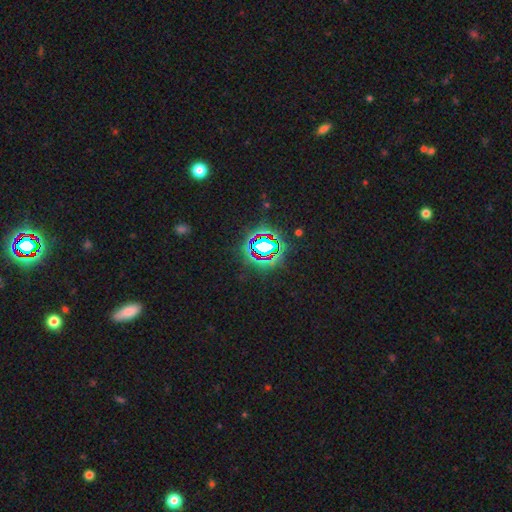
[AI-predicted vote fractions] Smooth or featured? Predicted: star or artifact (p=0.76).